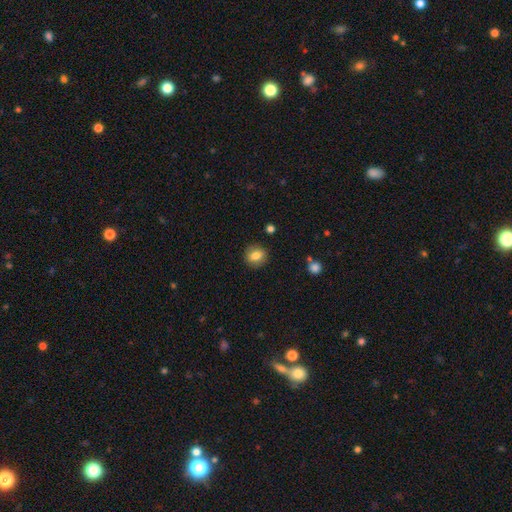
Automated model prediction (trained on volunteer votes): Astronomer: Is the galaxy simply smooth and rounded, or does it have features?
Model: smooth — 80%.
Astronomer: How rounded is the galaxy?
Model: round — 76%.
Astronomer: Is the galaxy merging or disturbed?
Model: none — 88%.